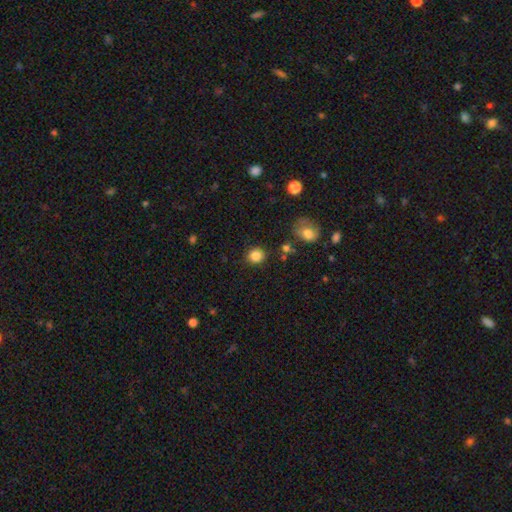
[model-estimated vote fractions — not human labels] Q: Smooth or featured?
A: smooth (85%); runner-up: star or artifact (10%)
Q: How rounded?
A: round (82%); runner-up: in between (17%)
Q: Merging?
A: none (83%); runner-up: minor disturbance (10%)